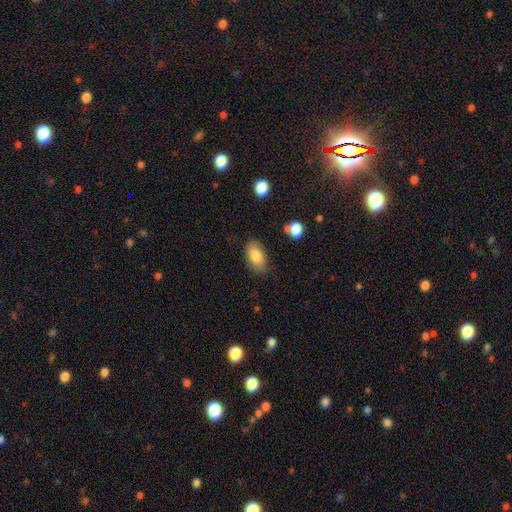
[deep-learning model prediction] Smooth or featured? smooth (83%)
How rounded? in between (92%)
Merging? none (80%)